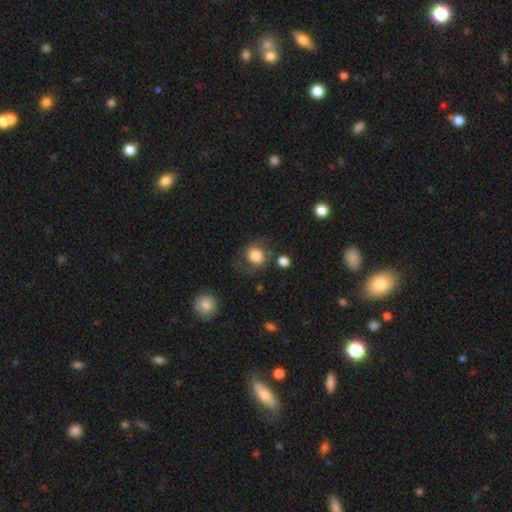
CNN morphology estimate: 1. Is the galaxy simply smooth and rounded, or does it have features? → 66% smooth, 25% featured or disk, 9% star or artifact.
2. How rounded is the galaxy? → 73% round, 26% in between, 1% cigar-shaped.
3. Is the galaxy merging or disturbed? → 58% none, 21% minor disturbance, 15% major disturbance, 5% merger.